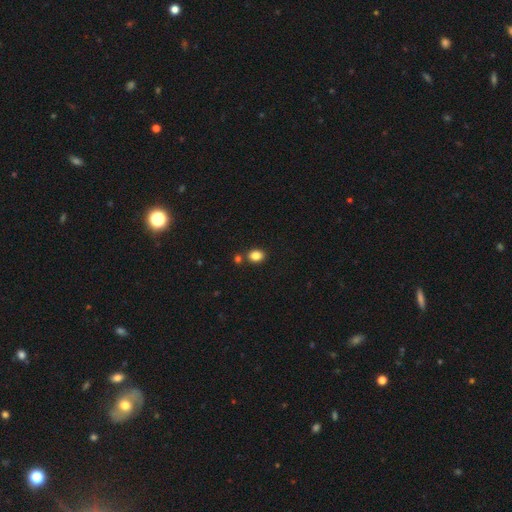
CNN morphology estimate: Q: Smooth or featured?
A: smooth (85%); runner-up: star or artifact (11%)
Q: How rounded?
A: in between (56%); runner-up: round (43%)
Q: Merging?
A: none (75%); runner-up: merger (13%)